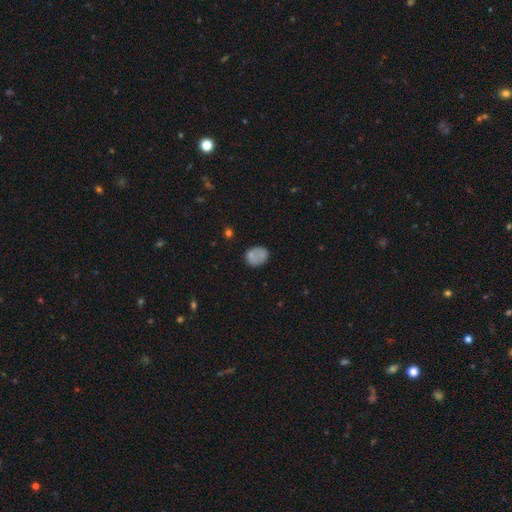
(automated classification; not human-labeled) Overall: smooth (72%). How rounded: round (52%; in between 47%). Merging: none (60%; minor disturbance 22%).